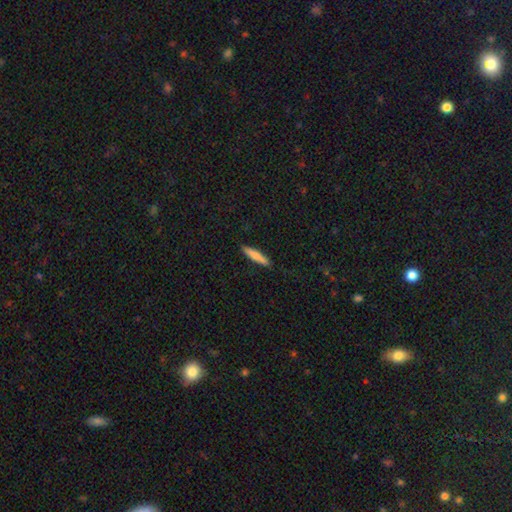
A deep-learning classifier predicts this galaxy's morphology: This appears to be a smooth galaxy with no disk features (74%) that is cigar-shaped (90%). Merging: none (90%).